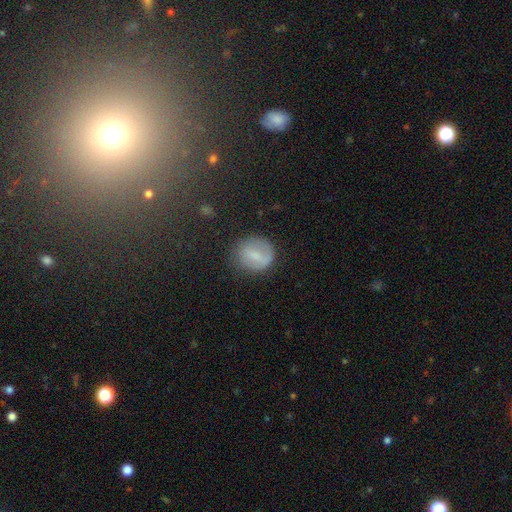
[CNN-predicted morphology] The model was most divided on "smooth or featured": smooth: 63%, featured or disk: 28%, star or artifact: 9%. More confident: merging — none (73%); how rounded — round (70%).